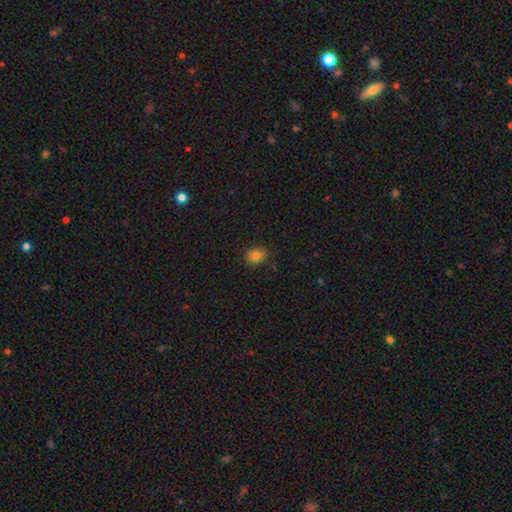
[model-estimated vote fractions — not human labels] Overall: smooth (80%). How rounded: round (62%; in between 37%). Merging: none (84%).